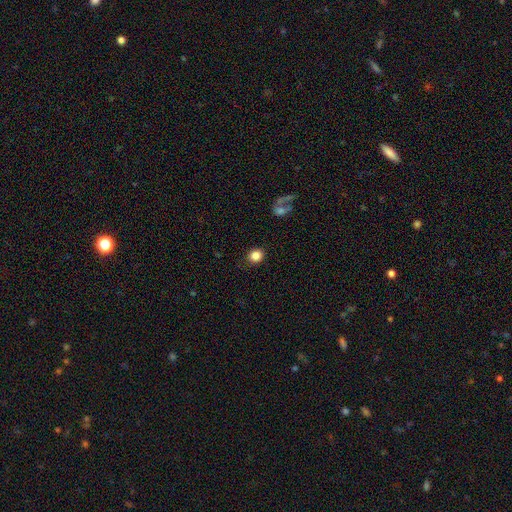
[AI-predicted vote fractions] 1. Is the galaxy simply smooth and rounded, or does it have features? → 85% smooth, 10% star or artifact, 5% featured or disk.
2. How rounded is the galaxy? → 76% round, 23% in between, 1% cigar-shaped.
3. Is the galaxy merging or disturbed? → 87% none, 8% minor disturbance, 3% major disturbance, 2% merger.